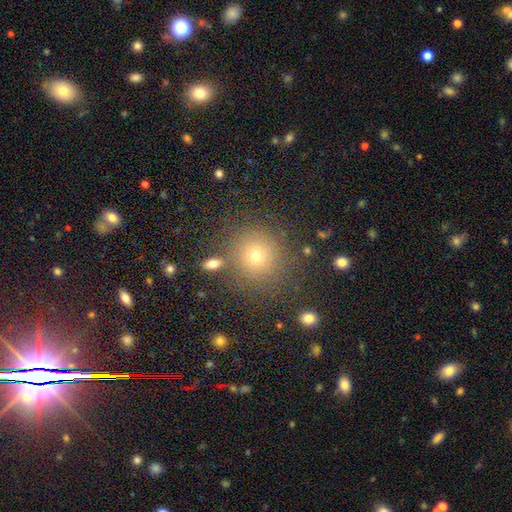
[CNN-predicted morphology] Overall: smooth (70%). How rounded: round (92%). Merging: none (83%).